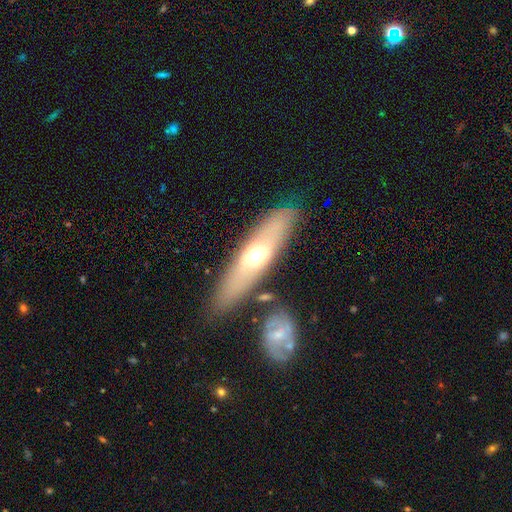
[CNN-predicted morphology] Smooth or featured: smooth — 48% (featured or disk — 46%)
Merging: none — 81% (minor disturbance — 10%)